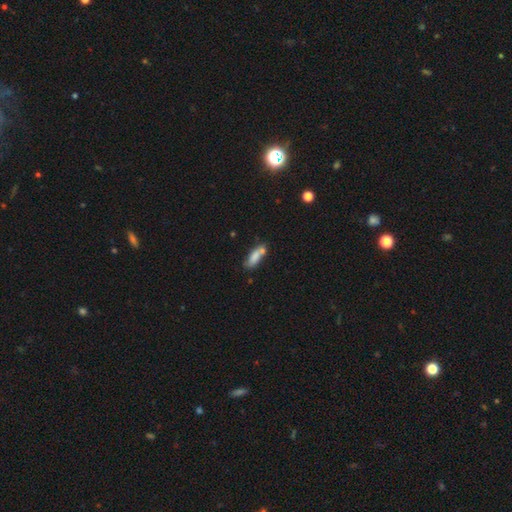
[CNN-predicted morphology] smooth_or_featured: smooth (p=0.74) [alt: featured or disk p=0.18]
how_rounded: in between (p=0.55) [alt: cigar-shaped p=0.42]
merging: none (p=0.47) [alt: merger p=0.27]